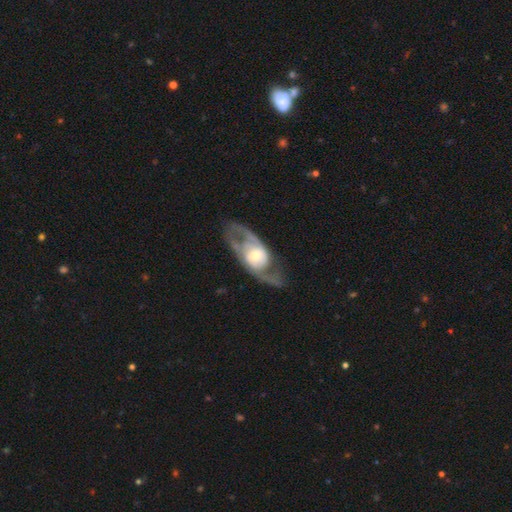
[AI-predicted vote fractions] Morphology: type=featured or disk (81%); edge-on=no (91%); bar=no (68%); spiral arms=yes (81%); winding=medium (46%); arm count=2 (83%); bulge=moderate (51%); merging=none (60%).